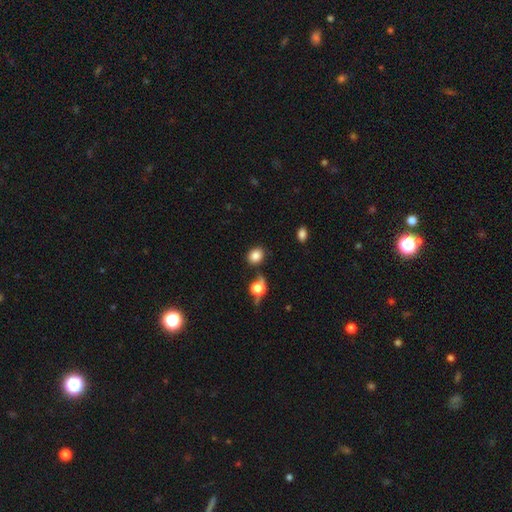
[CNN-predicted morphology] Smooth or featured: smooth — 83% (star or artifact — 10%)
How rounded: round — 55% (in between — 43%)
Merging: none — 74% (minor disturbance — 14%)